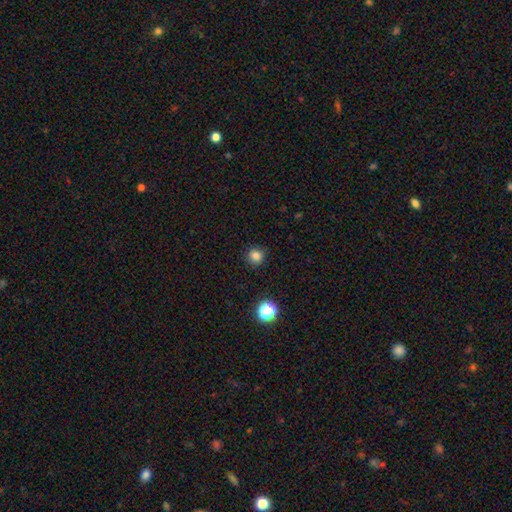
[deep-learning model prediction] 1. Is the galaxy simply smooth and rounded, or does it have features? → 82% smooth, 14% star or artifact, 4% featured or disk.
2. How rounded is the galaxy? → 92% round, 7% in between, 1% cigar-shaped.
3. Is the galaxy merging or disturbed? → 90% none, 6% minor disturbance, 2% major disturbance, 1% merger.